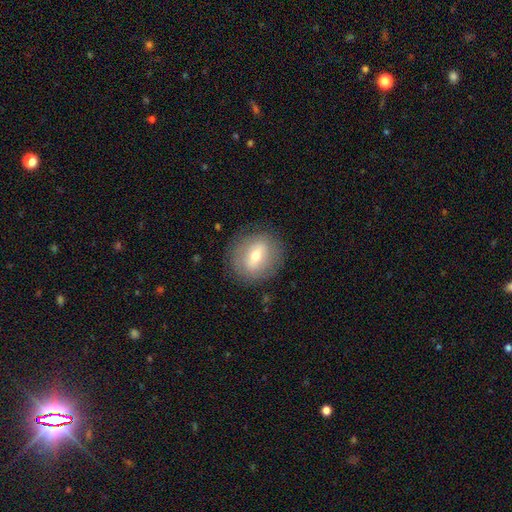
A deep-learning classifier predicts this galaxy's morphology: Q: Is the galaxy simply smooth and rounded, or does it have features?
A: smooth — 50%.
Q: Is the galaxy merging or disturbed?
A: none — 84%.